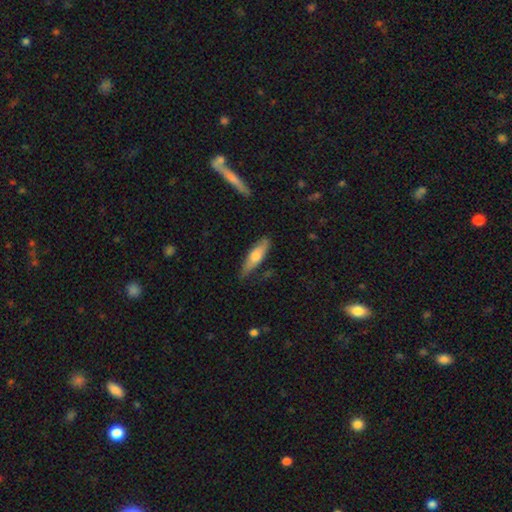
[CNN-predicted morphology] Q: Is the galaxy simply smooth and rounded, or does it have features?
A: smooth — 60%.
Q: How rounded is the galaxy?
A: cigar-shaped — 64%.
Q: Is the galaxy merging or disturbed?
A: none — 75%.